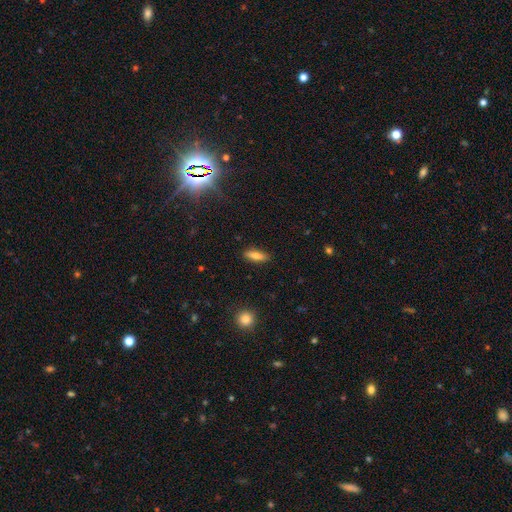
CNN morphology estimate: A smooth galaxy with no disk features (75%) that is in between round and cigar-shaped (59%). Merging: none (88%).